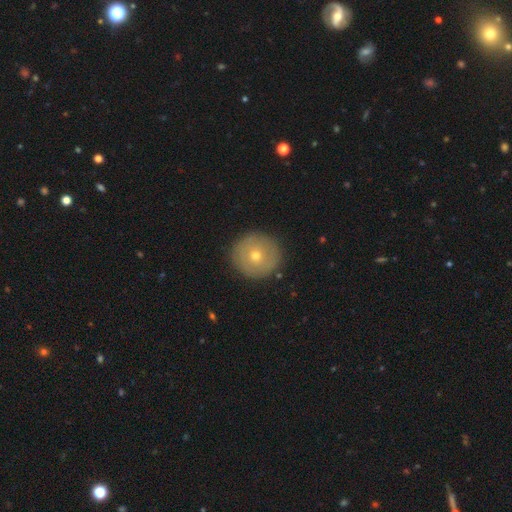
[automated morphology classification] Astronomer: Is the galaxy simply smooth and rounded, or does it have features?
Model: smooth — 58% (runner-up: featured or disk, 33%).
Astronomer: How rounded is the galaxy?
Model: round — 94%.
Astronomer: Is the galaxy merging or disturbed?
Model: none — 90%.